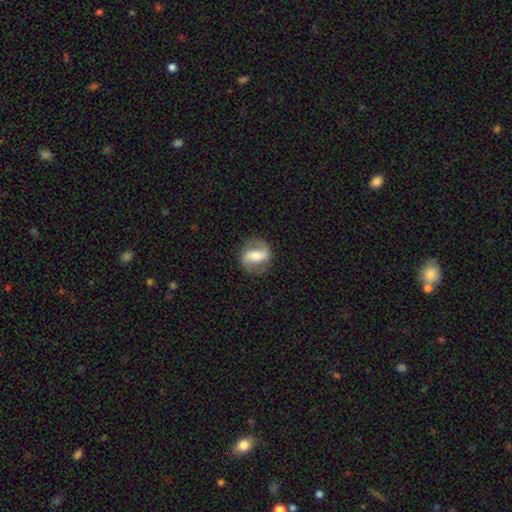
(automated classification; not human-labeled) smooth_or_featured: featured or disk (p=0.75) [alt: smooth p=0.19]
disk_edge_on: no (p=0.94) [alt: yes p=0.06]
bar: strong (p=0.55) [alt: weak p=0.29]
has_spiral_arms: yes (p=0.86) [alt: no p=0.14]
spiral_winding: medium (p=0.45) [alt: loose p=0.33]
spiral_arm_count: 2 (p=0.89) [alt: can't tell p=0.05]
bulge_size: moderate (p=0.57) [alt: small p=0.27]
merging: none (p=0.81) [alt: minor disturbance p=0.12]